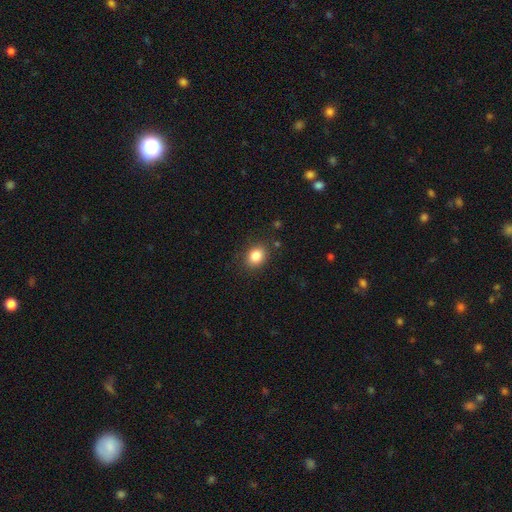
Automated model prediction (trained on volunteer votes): A smooth galaxy with no disk features (84%) that is in between round and cigar-shaped (51%). Merging: none (85%).